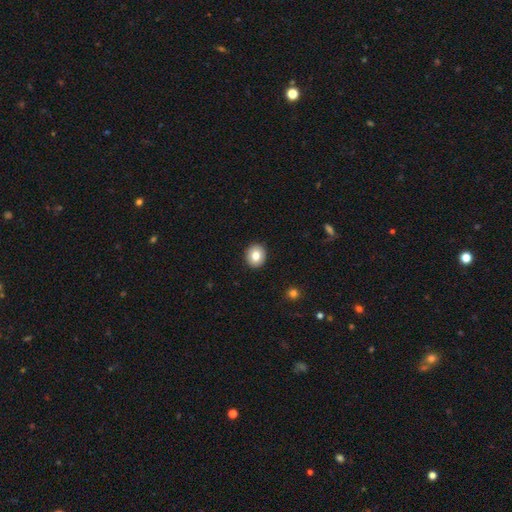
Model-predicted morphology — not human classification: A smooth galaxy with no disk features (80%) that is round (80%).

Vote fractions:
- Smooth or featured? smooth: 80% / featured or disk: 11% / star or artifact: 9%
- How rounded? round: 80% / in between: 19% / cigar-shaped: 1%
- Merging? none: 92% / minor disturbance: 6% / major disturbance: 2% / merger: 1%